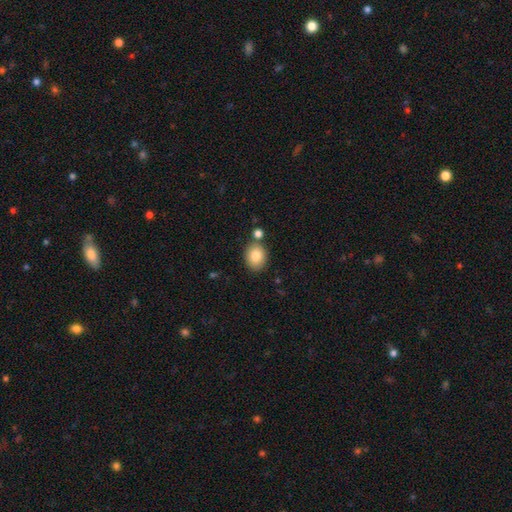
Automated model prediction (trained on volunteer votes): Smooth or featured: smooth — 83% (star or artifact — 9%)
How rounded: round — 56% (in between — 44%)
Merging: none — 75% (merger — 12%)